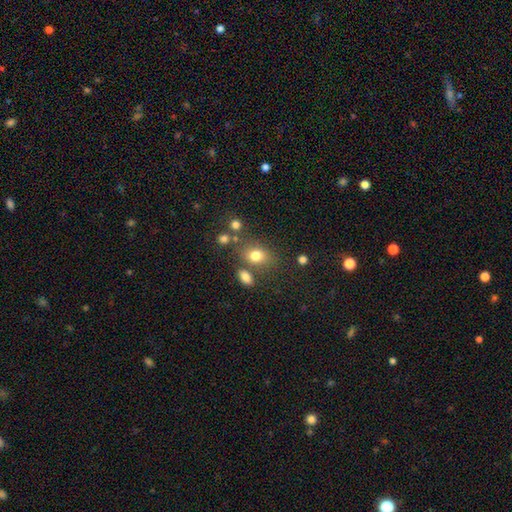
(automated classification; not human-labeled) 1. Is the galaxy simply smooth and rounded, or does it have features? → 77% smooth, 13% star or artifact, 10% featured or disk.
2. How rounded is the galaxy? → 65% in between, 34% round, 2% cigar-shaped.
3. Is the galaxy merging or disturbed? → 62% none, 16% merger, 15% minor disturbance, 7% major disturbance.